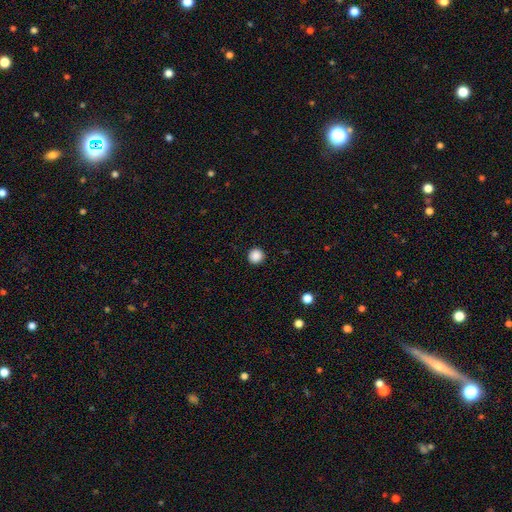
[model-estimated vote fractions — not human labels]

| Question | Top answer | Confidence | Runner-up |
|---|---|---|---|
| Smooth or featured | smooth | 88% | star or artifact (10%) |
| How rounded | round | 95% | in between (4%) |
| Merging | none | 93% | minor disturbance (5%) |